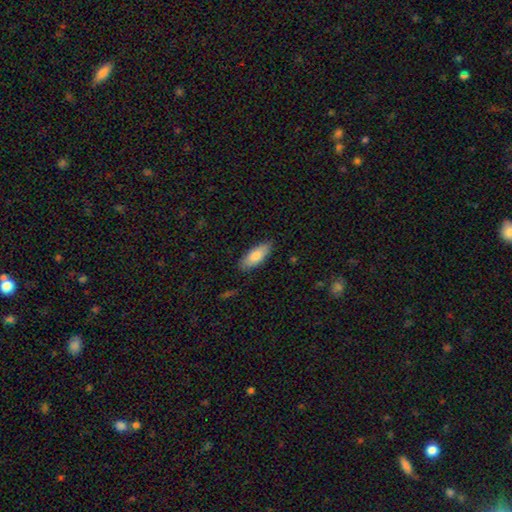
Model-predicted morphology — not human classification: This is clearly a smooth galaxy (82%). How rounded: likely in between (76%). Merging: clearly none (85%).